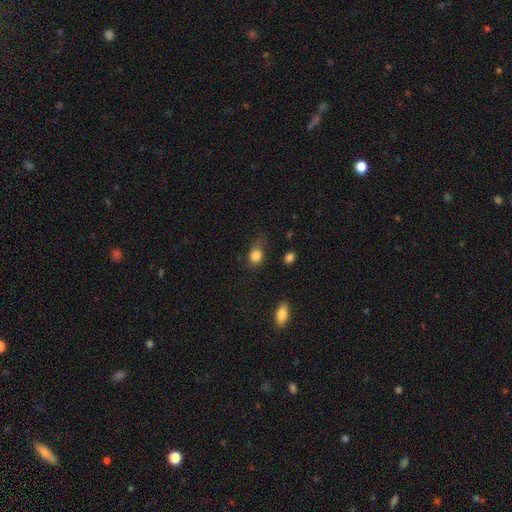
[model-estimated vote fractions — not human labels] A smooth galaxy with no disk features (85%) that is round (53%). Merging: none (50%).